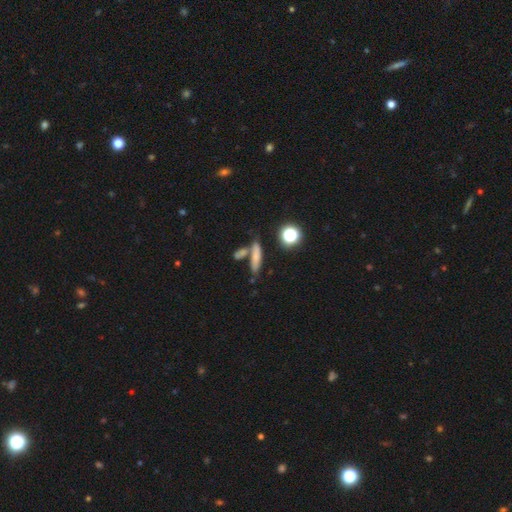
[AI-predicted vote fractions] Smooth or featured? Predicted: smooth (p=0.68). How rounded? Predicted: cigar-shaped (p=0.67). Merging? Predicted: none (p=0.60).